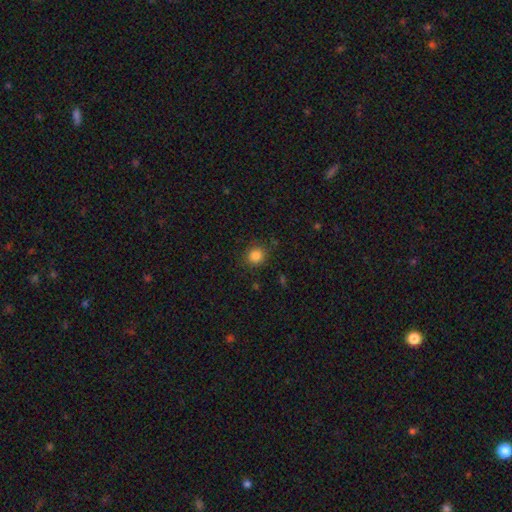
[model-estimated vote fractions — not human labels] This appears to be a smooth galaxy with no disk features (84%) that is round (86%). Merging: none (87%).